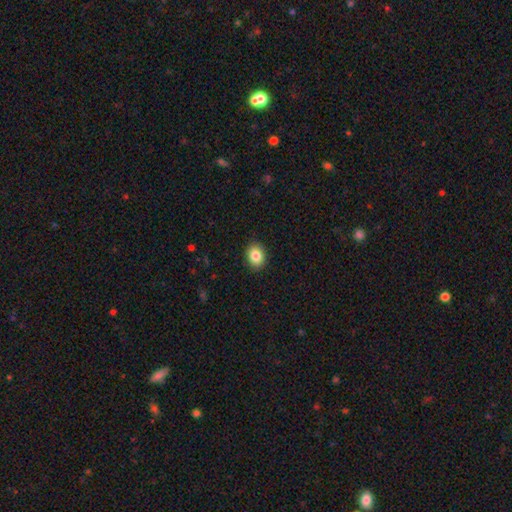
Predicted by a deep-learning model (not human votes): The model was most divided on "how rounded": in between: 62%, round: 38%, cigar-shaped: 1%. More confident: merging — none (90%); smooth or featured — smooth (85%).